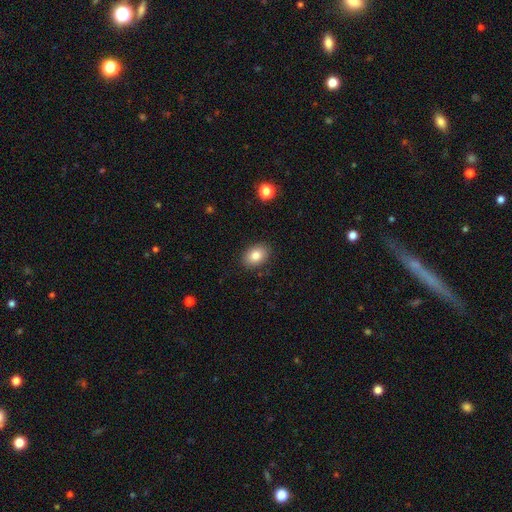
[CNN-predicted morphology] smooth 83%, featured or disk 9%, star or artifact 9%. Down the decision tree: how rounded — in between (80%); merging — none (87%).